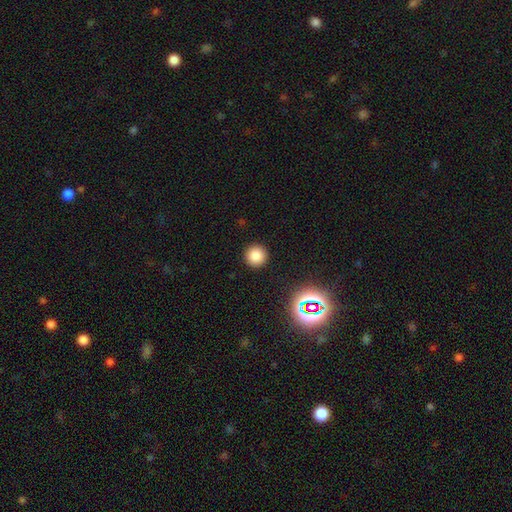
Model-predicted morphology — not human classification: The model was most divided on "smooth or featured": smooth: 82%, star or artifact: 14%, featured or disk: 5%. More confident: how rounded — round (96%); merging — none (93%).